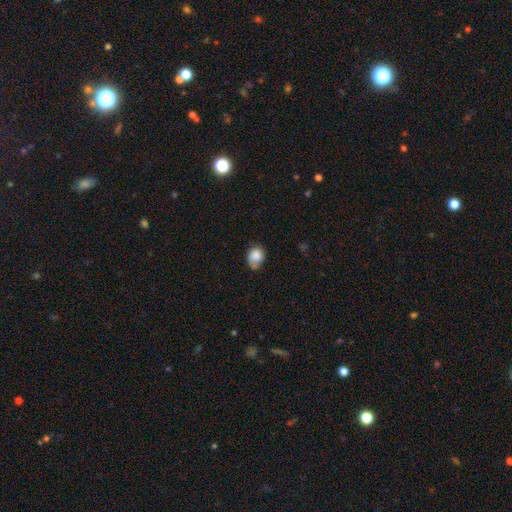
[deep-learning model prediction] smooth_or_featured: smooth (p=0.82) [alt: featured or disk p=0.10]
how_rounded: in between (p=0.51) [alt: round p=0.48]
merging: none (p=0.45) [alt: minor disturbance p=0.38]